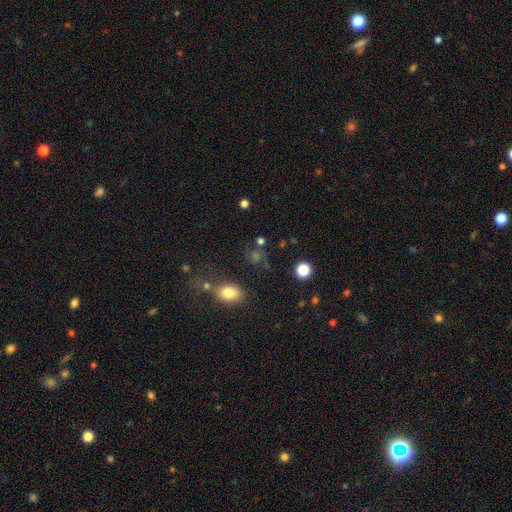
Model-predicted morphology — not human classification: type=smooth (56%); roundness=round (66%); merging=none (67%).